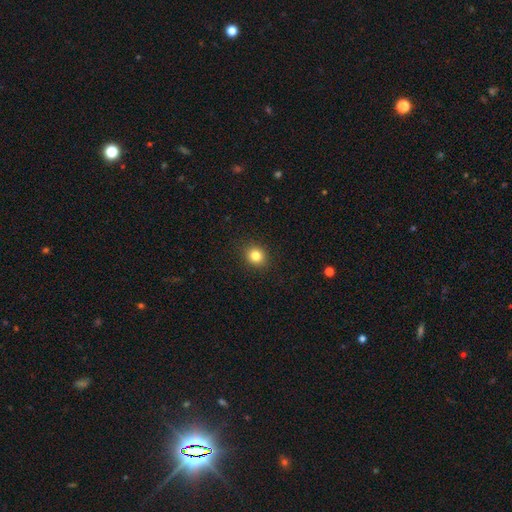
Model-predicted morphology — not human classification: type=smooth (82%); roundness=round (80%); merging=none (91%).